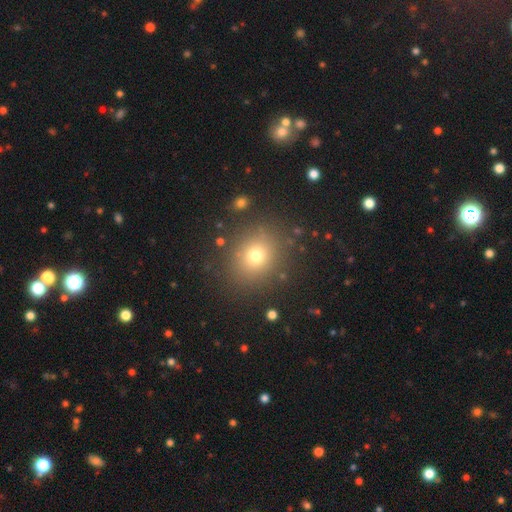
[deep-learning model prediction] The model was most divided on "how rounded": round: 74%, in between: 25%, cigar-shaped: 1%. More confident: merging — none (85%); smooth or featured — smooth (72%).